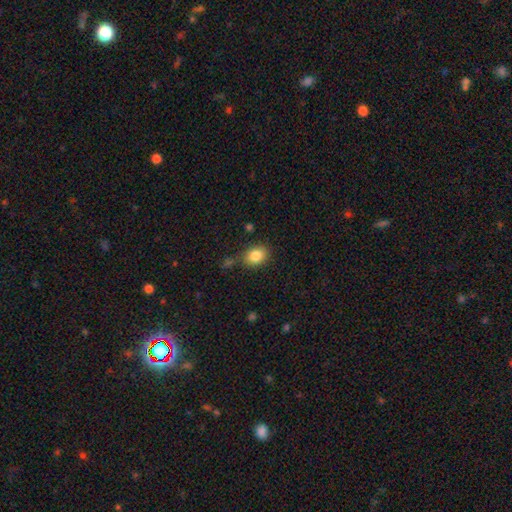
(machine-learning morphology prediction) Smooth or featured?
  - smooth: 85% *
  - star or artifact: 9%
  - featured or disk: 6%
How rounded?
  - in between: 61% *
  - round: 38%
  - cigar-shaped: 1%
Merging?
  - none: 77% *
  - minor disturbance: 14%
  - merger: 5%
  - major disturbance: 4%